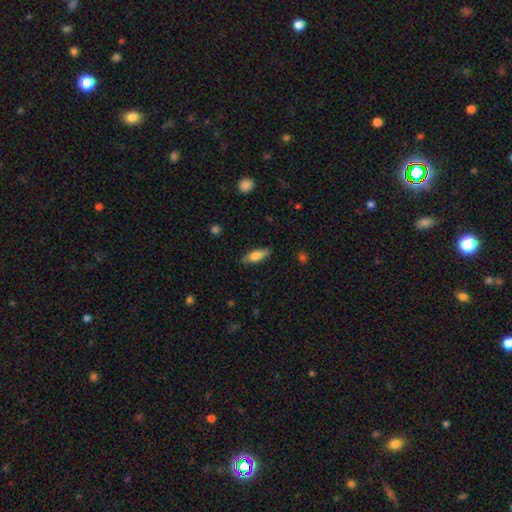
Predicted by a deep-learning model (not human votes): A smooth galaxy with no disk features (71%) that is in between round and cigar-shaped (66%). Merging: none (83%).